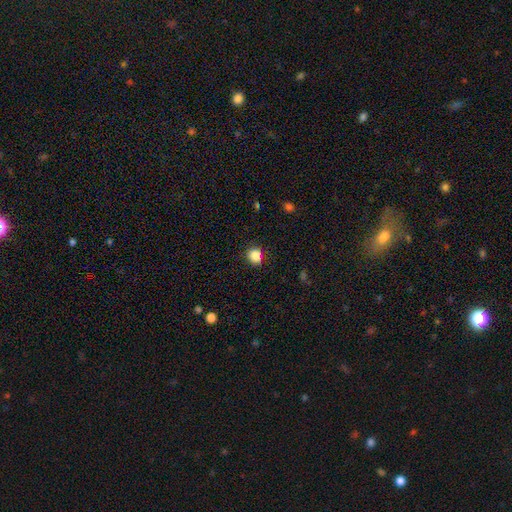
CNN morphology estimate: Smooth or featured? smooth (86%)
How rounded? round (79%)
Merging? none (82%)